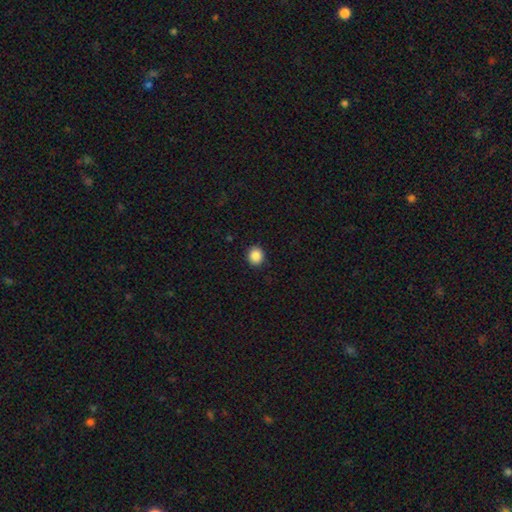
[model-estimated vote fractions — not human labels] This is clearly a smooth galaxy (88%). How rounded: clearly round (84%). Merging: clearly none (92%).